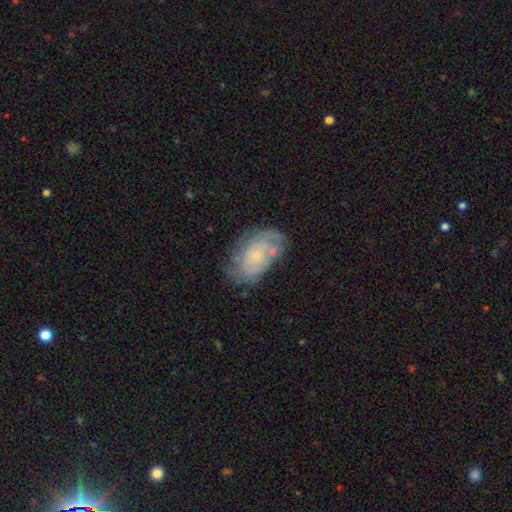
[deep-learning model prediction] Morphology: type=featured or disk (55%); edge-on=no (96%); bar=no (80%); spiral arms=yes (72%); bulge=small (75%); merging=none (54%).